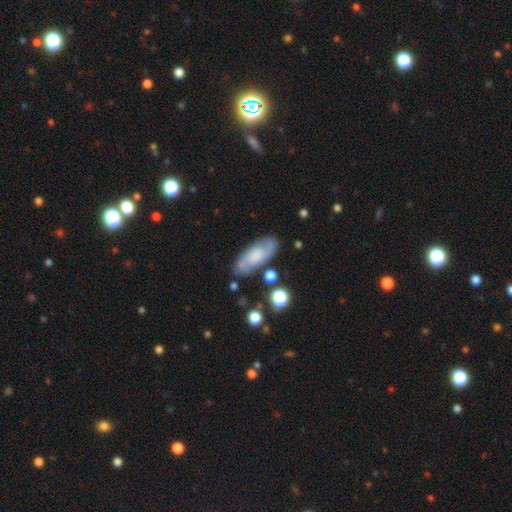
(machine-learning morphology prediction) smooth-or-featured: featured or disk: 57% | smooth: 35% | star or artifact: 7%
  disk-edge-on: no: 88% | yes: 12%
    bar: no: 62% | weak: 32% | strong: 6%
    has-spiral-arms: yes: 88% | no: 12%
    bulge-size: small: 28% (tied) | none: 28% (tied) | moderate: 26% | large: 15% | dominant: 3%
  merging: none: 78% | minor disturbance: 15% | major disturbance: 4% | merger: 4%